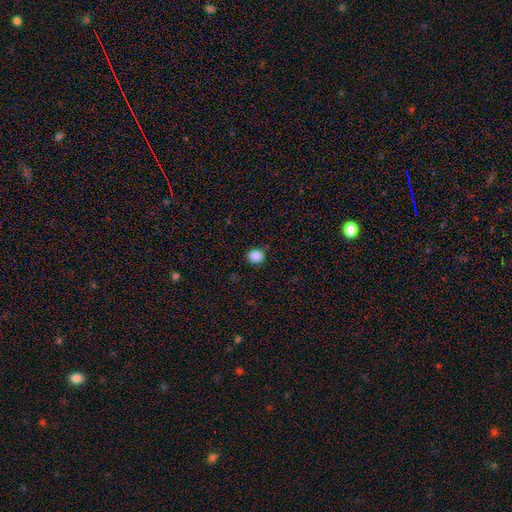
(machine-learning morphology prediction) The model was most divided on "how rounded": round: 74%, in between: 25%, cigar-shaped: 1%. More confident: smooth or featured — smooth (87%); merging — none (87%).